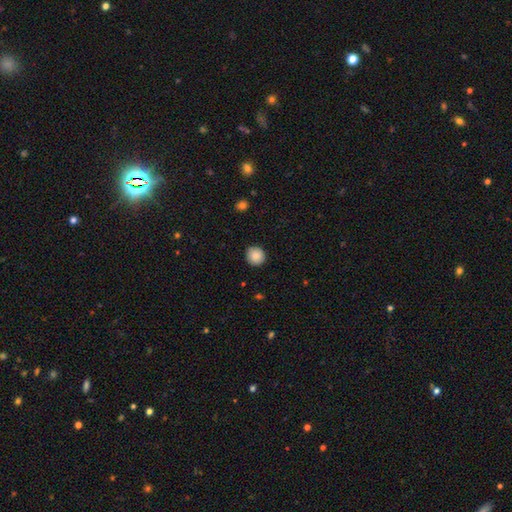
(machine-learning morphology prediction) Smooth or featured: smooth — 88% (star or artifact — 8%)
How rounded: round — 91% (in between — 8%)
Merging: none — 90% (minor disturbance — 7%)